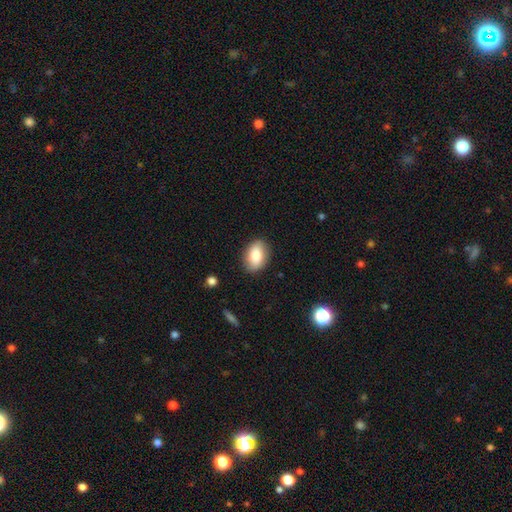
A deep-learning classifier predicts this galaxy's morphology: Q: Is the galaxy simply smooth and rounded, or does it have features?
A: smooth — 81%.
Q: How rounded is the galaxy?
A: in between — 84%.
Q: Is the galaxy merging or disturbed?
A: none — 86%.